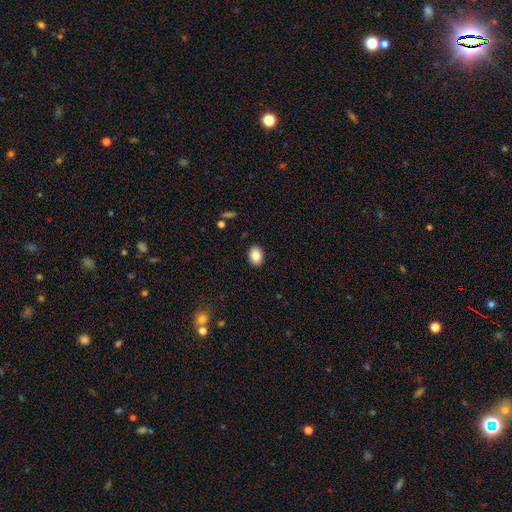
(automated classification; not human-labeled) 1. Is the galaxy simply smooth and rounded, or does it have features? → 86% smooth, 8% star or artifact, 6% featured or disk.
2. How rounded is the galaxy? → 72% in between, 27% round, 1% cigar-shaped.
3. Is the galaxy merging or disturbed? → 89% none, 8% minor disturbance, 2% major disturbance, 1% merger.